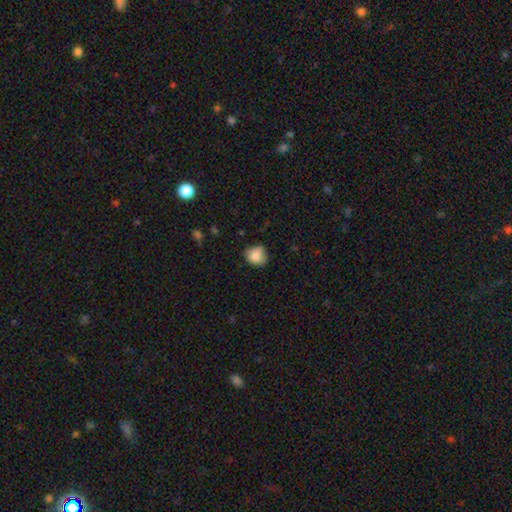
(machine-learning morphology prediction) Smooth or featured?
  - smooth: 80% *
  - featured or disk: 10%
  - star or artifact: 9%
How rounded?
  - round: 68% *
  - in between: 31%
  - cigar-shaped: 1%
Merging?
  - none: 64% *
  - minor disturbance: 28%
  - major disturbance: 6%
  - merger: 2%